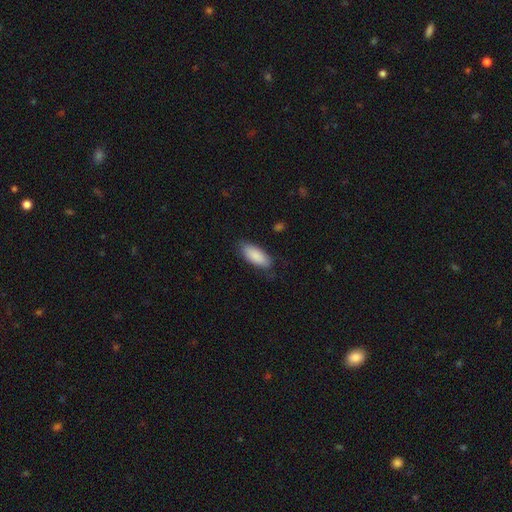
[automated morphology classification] A smooth galaxy with no disk features (87%) that is in between round and cigar-shaped (84%).

Vote fractions:
- Smooth or featured? smooth: 87% / featured or disk: 7% / star or artifact: 6%
- How rounded? in between: 84% / cigar-shaped: 14% / round: 2%
- Merging? none: 76% / minor disturbance: 18% / major disturbance: 4% / merger: 1%